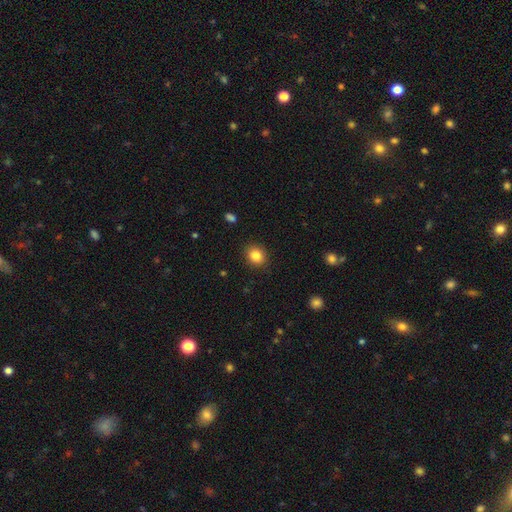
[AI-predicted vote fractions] Smooth or featured? smooth (85%)
How rounded? round (67%)
Merging? none (89%)